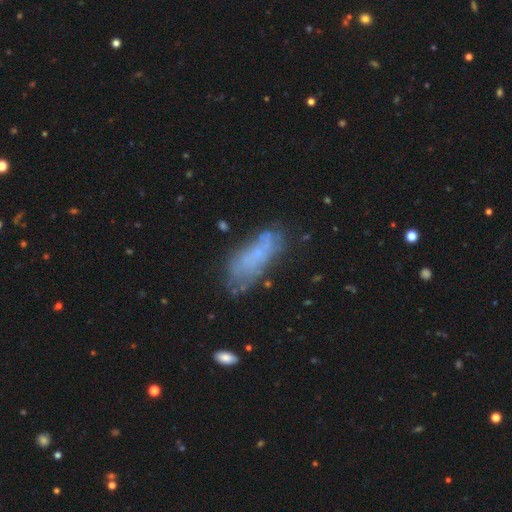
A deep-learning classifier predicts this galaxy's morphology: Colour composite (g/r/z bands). It shows a smooth galaxy with no disk features (45%). Merging: none (55%).